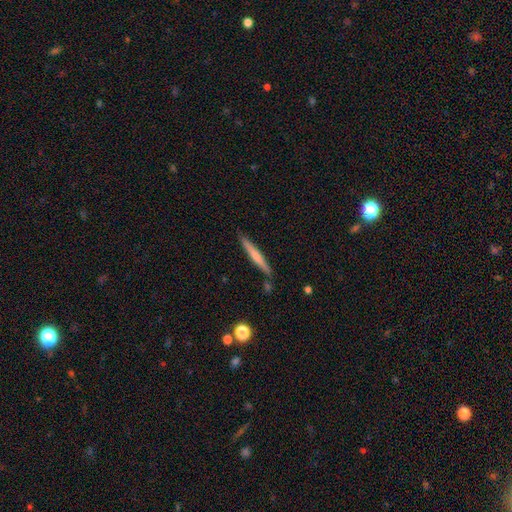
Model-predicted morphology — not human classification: smooth_or_featured: smooth (p=0.59) [alt: featured or disk p=0.35]
how_rounded: cigar-shaped (p=0.96) [alt: in between p=0.03]
merging: none (p=0.86) [alt: minor disturbance p=0.10]